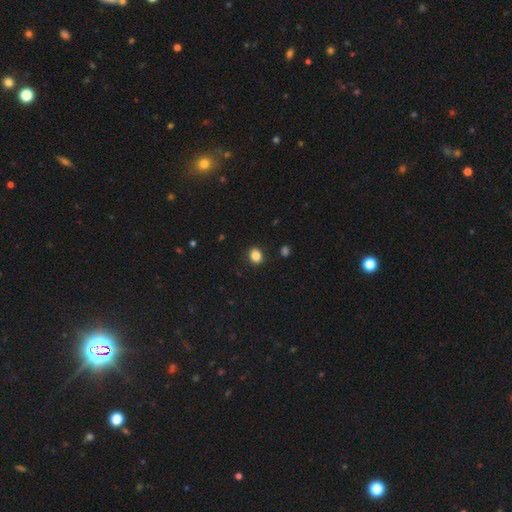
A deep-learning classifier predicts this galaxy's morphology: Smooth or featured? smooth (85%)
How rounded? round (70%)
Merging? none (91%)